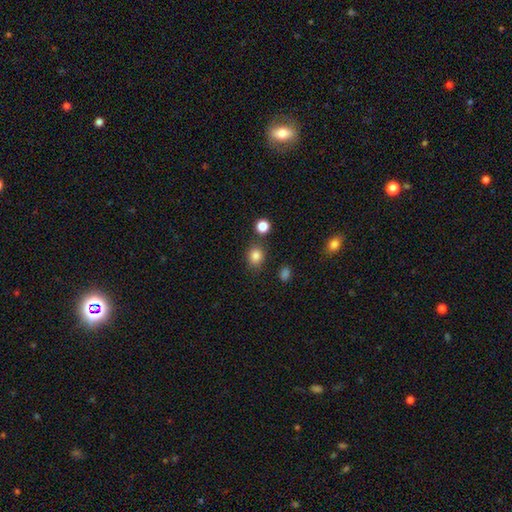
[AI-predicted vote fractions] This is clearly a smooth galaxy (84%). How rounded: likely round (68%). Merging: likely none (79%).